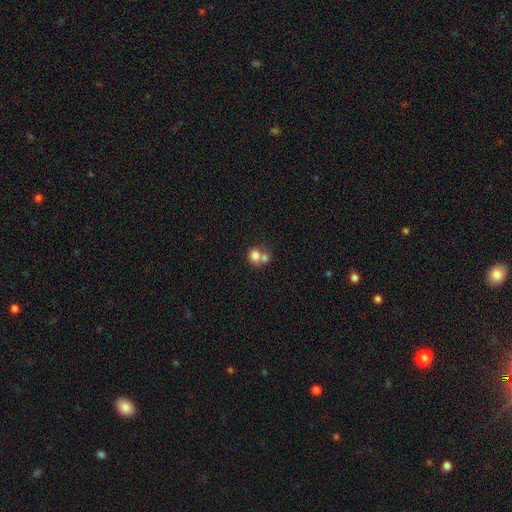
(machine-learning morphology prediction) Q: Smooth or featured?
A: smooth (77%); runner-up: featured or disk (13%)
Q: How rounded?
A: round (73%); runner-up: in between (26%)
Q: Merging?
A: merger (58%); runner-up: none (31%)